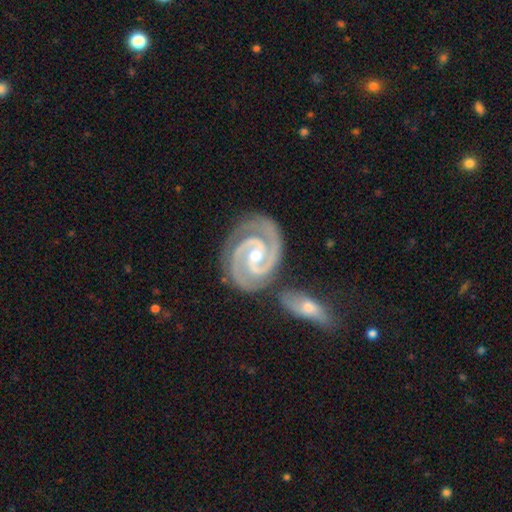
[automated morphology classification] smooth_or_featured: featured or disk (p=0.94) [alt: star or artifact p=0.04]
disk_edge_on: no (p=0.98) [alt: yes p=0.02]
bar: no (p=0.39) [alt: weak p=0.36]
has_spiral_arms: yes (p=0.99) [alt: no p=0.01]
spiral_winding: tight (p=0.67) [alt: medium p=0.30]
spiral_arm_count: 2 (p=0.89) [alt: 3 p=0.07]
bulge_size: moderate (p=0.56) [alt: small p=0.41]
merging: none (p=0.72) [alt: minor disturbance p=0.13]